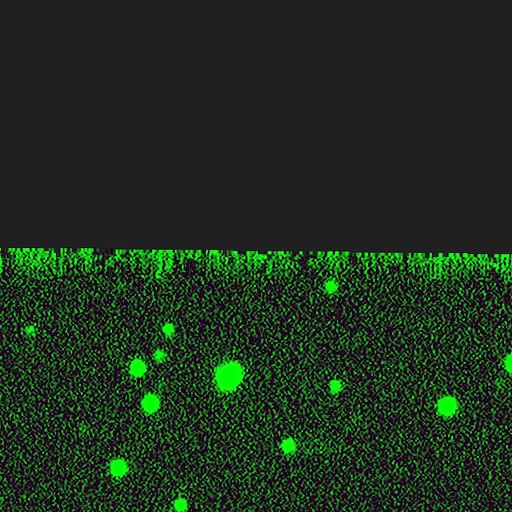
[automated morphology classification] Smooth or featured: star or artifact — 87% (smooth — 8%)